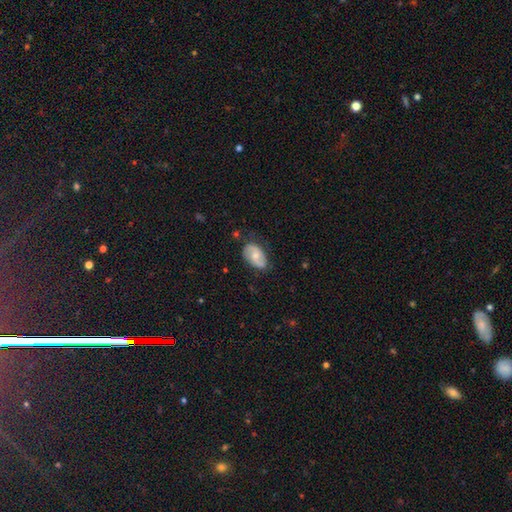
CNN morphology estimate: The model was most divided on "smooth or featured": featured or disk: 50%, smooth: 44%, star or artifact: 6%. More confident: merging — none (69%).